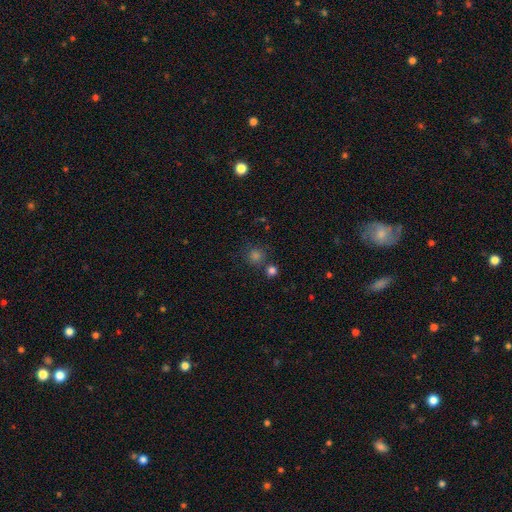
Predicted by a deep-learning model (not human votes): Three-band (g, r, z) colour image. It shows a smooth galaxy with no disk features (66%) that is round (93%). Merging: none (78%).